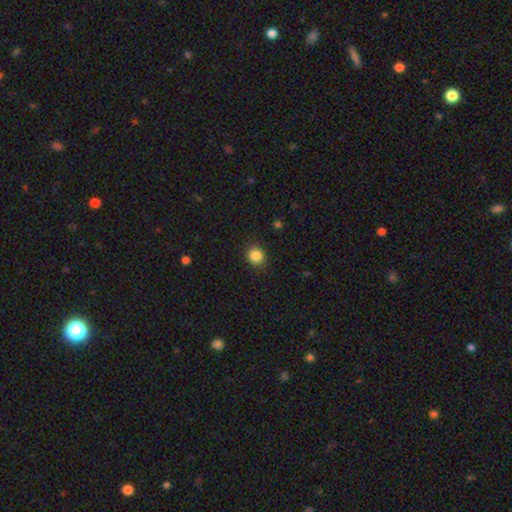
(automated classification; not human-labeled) This is clearly a smooth galaxy (86%). How rounded: likely round (76%). Merging: clearly none (89%).